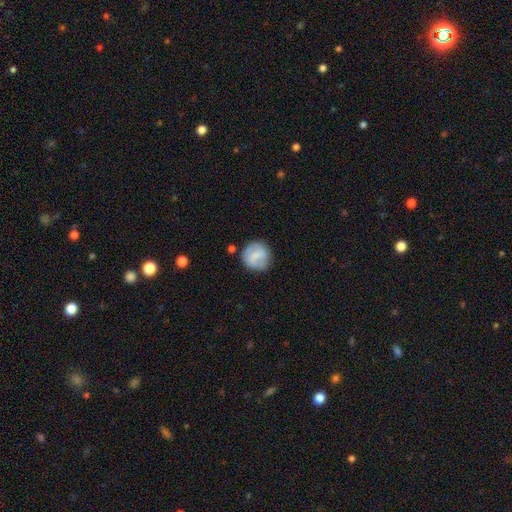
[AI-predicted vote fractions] A smooth galaxy with no disk features (65%) that is round (90%).

Vote fractions:
- Smooth or featured? smooth: 65% / featured or disk: 28% / star or artifact: 7%
- How rounded? round: 90% / in between: 9% / cigar-shaped: 1%
- Merging? none: 78% / minor disturbance: 15% / major disturbance: 5% / merger: 3%